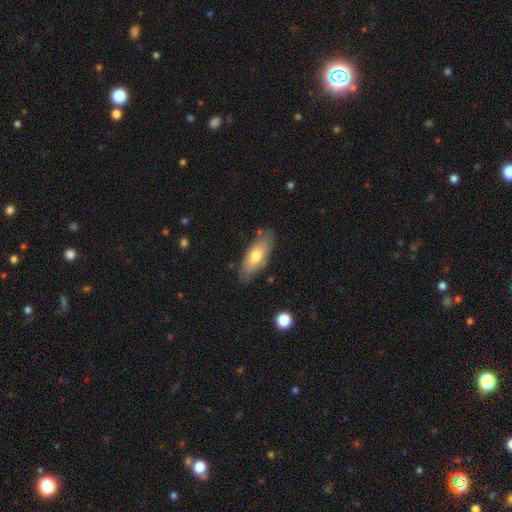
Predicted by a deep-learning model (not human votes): Smooth or featured? Predicted: smooth (p=0.68). How rounded? Predicted: in between (p=0.71). Merging? Predicted: none (p=0.80).